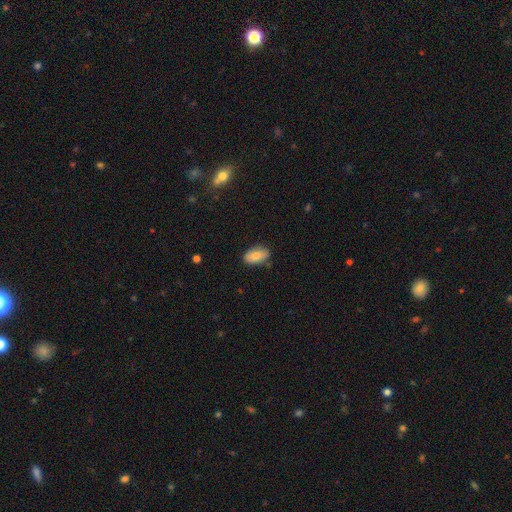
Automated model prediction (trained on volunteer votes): Overall: smooth (74%). How rounded: in between (92%). Merging: none (80%).